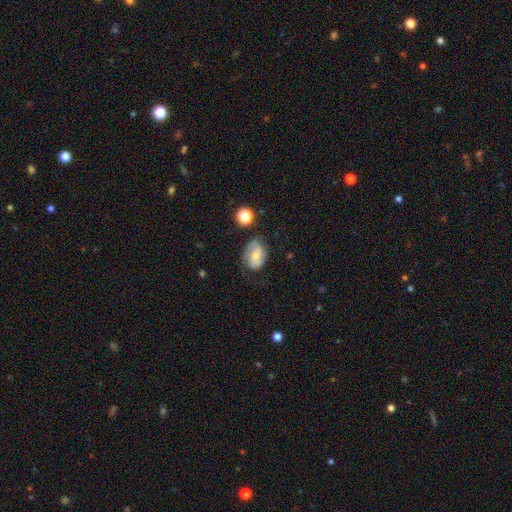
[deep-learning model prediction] This appears to be a smooth galaxy with no disk features (53%) that is in between round and cigar-shaped (78%). Merging: none (61%).